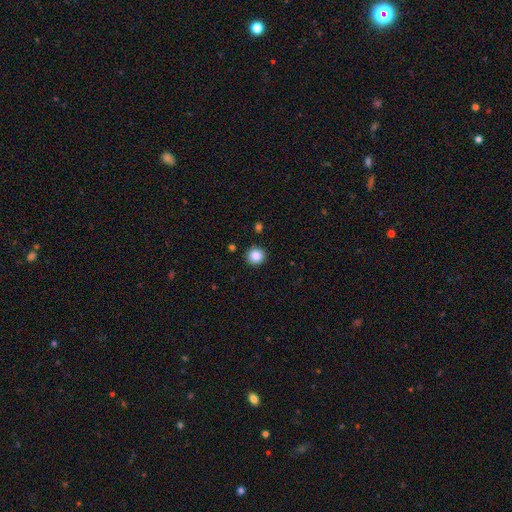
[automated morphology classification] Overall: smooth (86%). How rounded: round (93%). Merging: none (91%).